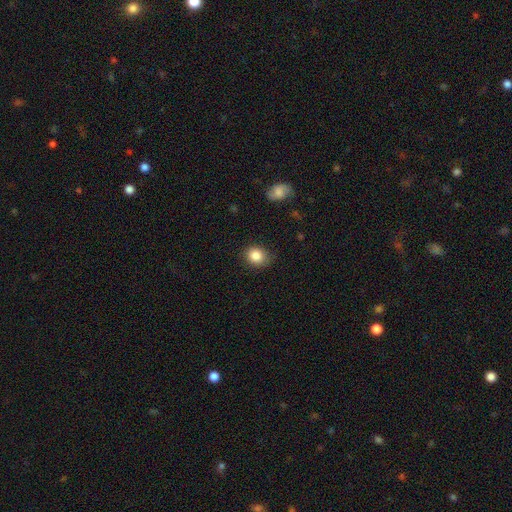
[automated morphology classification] Smooth or featured?
  - smooth: 86% *
  - star or artifact: 10%
  - featured or disk: 5%
How rounded?
  - round: 70% *
  - in between: 29%
  - cigar-shaped: 1%
Merging?
  - none: 80% *
  - minor disturbance: 15%
  - major disturbance: 3%
  - merger: 1%